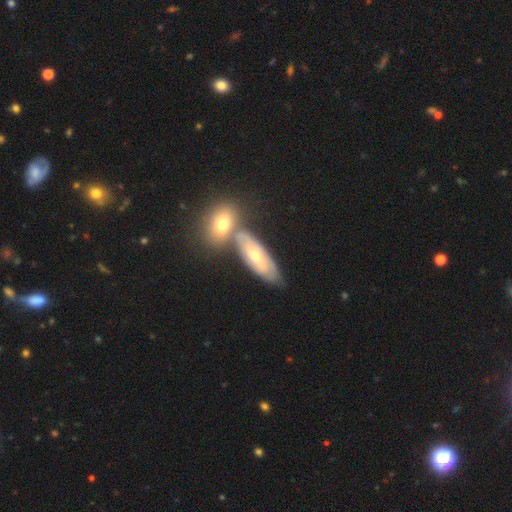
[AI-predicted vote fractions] Smooth or featured? Predicted: featured or disk (p=0.53). Edge-on disk? Predicted: no (p=0.77). Merging? Predicted: none (p=0.55).